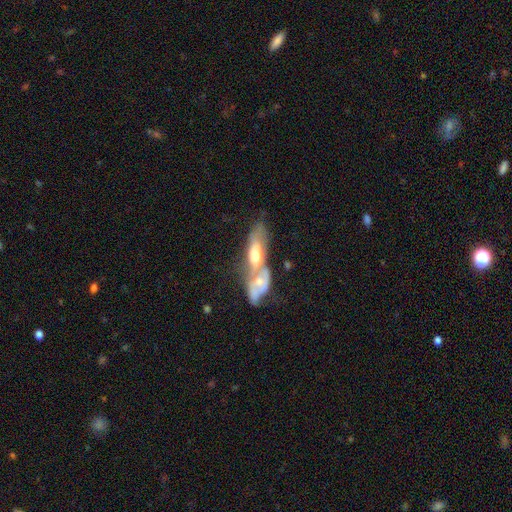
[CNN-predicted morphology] Q: Smooth or featured?
A: featured or disk (59%); runner-up: smooth (34%)
Q: Edge-on disk?
A: no (77%); runner-up: yes (23%)
Q: Merging?
A: merger (70%); runner-up: none (16%)